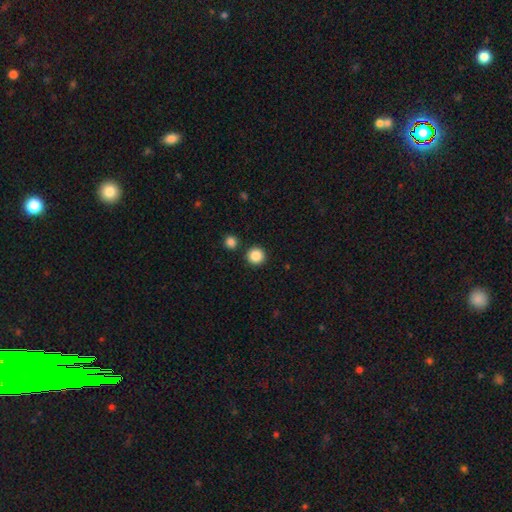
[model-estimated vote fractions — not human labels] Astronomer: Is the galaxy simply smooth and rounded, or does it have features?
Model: smooth — 87%.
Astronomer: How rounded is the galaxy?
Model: round — 95%.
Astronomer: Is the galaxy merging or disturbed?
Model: none — 89%.